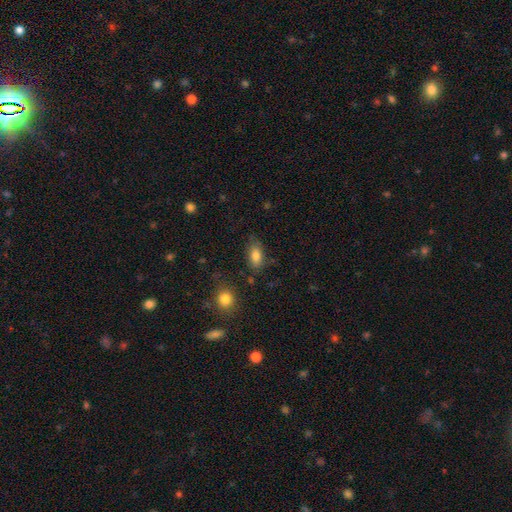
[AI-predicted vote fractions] smooth_or_featured: smooth (p=0.82) [alt: featured or disk p=0.09]
how_rounded: in between (p=0.88) [alt: round p=0.06]
merging: none (p=0.73) [alt: minor disturbance p=0.19]